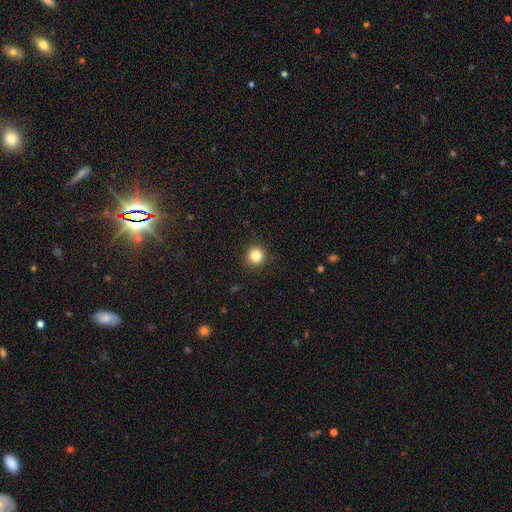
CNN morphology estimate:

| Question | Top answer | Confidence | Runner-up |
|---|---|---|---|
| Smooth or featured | smooth | 85% | star or artifact (11%) |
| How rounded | round | 94% | in between (5%) |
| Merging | none | 91% | minor disturbance (6%) |